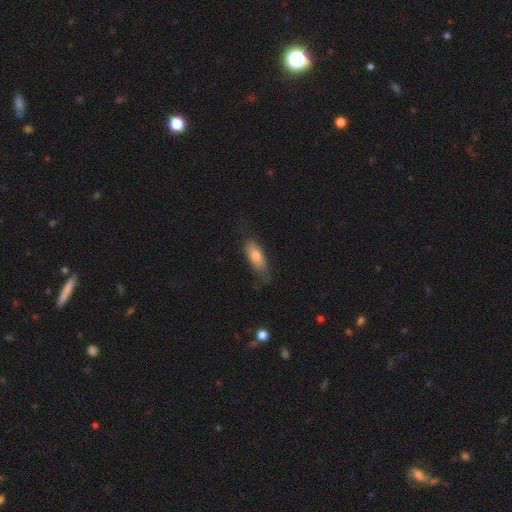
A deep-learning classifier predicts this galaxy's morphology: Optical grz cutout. It shows a smooth galaxy with no disk features (78%) that is in between round and cigar-shaped (73%). Merging: none (64%).